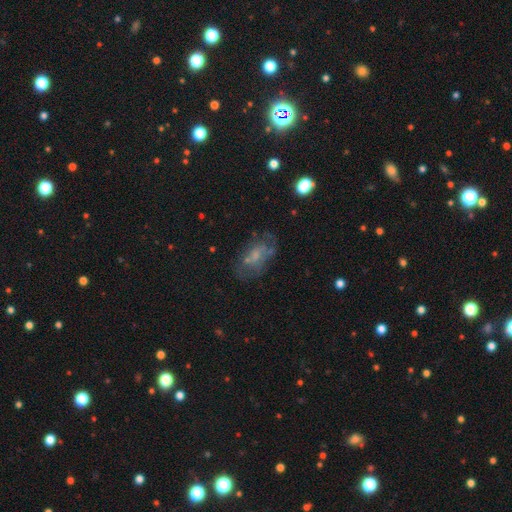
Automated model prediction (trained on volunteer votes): Q: Smooth or featured?
A: featured or disk (44%); runner-up: smooth (42%)
Q: Merging?
A: none (49%); runner-up: minor disturbance (23%)